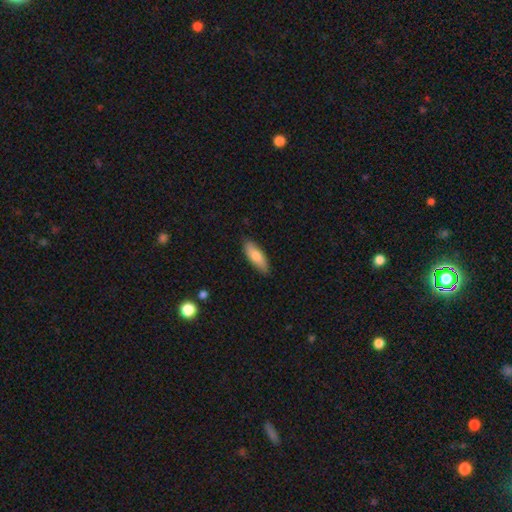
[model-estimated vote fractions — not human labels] A smooth galaxy with no disk features (78%) that is in between round and cigar-shaped (63%).

Vote fractions:
- Smooth or featured? smooth: 78% / featured or disk: 16% / star or artifact: 6%
- How rounded? in between: 63% / cigar-shaped: 35% / round: 2%
- Merging? none: 81% / minor disturbance: 15% / major disturbance: 2% / merger: 1%